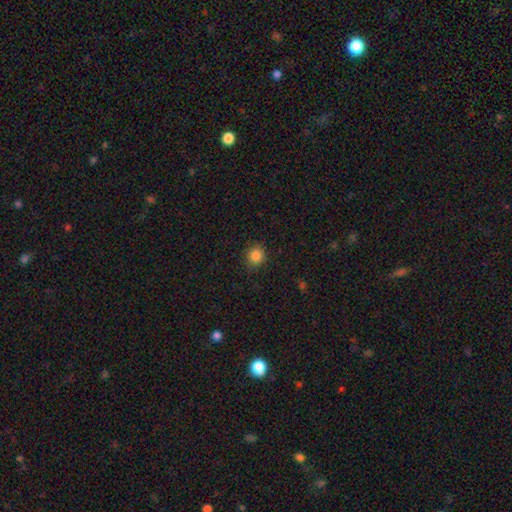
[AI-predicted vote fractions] smooth 85%, star or artifact 11%, featured or disk 4%. Down the decision tree: how rounded — round (84%); merging — none (88%).